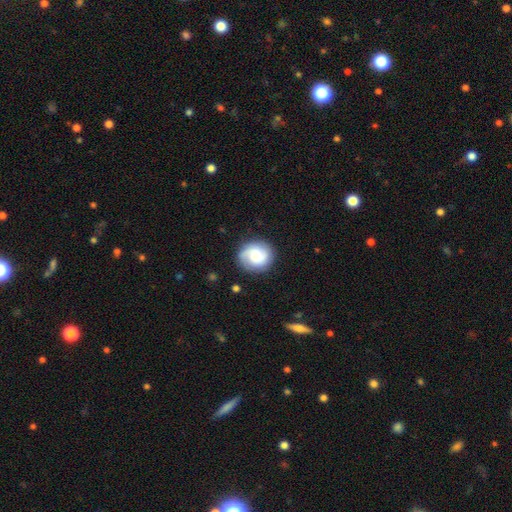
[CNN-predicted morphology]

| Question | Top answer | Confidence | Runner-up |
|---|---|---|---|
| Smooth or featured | featured or disk | 50% | smooth (42%) |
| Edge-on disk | no | 98% | yes (2%) |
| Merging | none | 83% | minor disturbance (12%) |